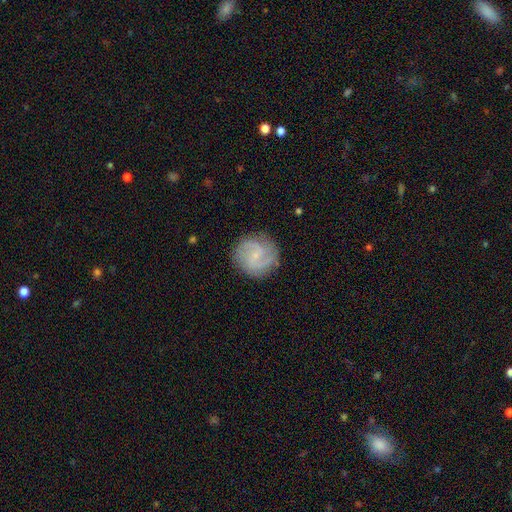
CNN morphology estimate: smooth-or-featured: featured or disk: 76% | smooth: 18% | star or artifact: 6%
  disk-edge-on: no: 98% | yes: 2%
    bar: weak: 48% | no: 44% | strong: 8%
    has-spiral-arms: yes: 96% | no: 4%
      spiral-winding: medium: 51% | tight: 26% | loose: 23%
      spiral-arm-count: 2: 76% | 3: 9% | can't tell: 8% | 1: 3% | 4: 2% | more than 4: 2%
    bulge-size: small: 72% | none: 15% | moderate: 11% | large: 1% | dominant: 1%
  merging: none: 84% | minor disturbance: 12% | major disturbance: 4% | merger: 1%